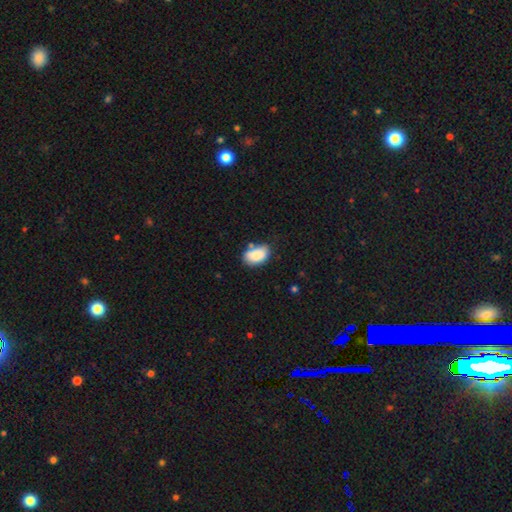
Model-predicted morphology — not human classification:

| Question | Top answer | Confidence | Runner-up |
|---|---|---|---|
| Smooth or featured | smooth | 85% | featured or disk (8%) |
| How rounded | in between | 90% | round (9%) |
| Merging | none | 61% | minor disturbance (24%) |